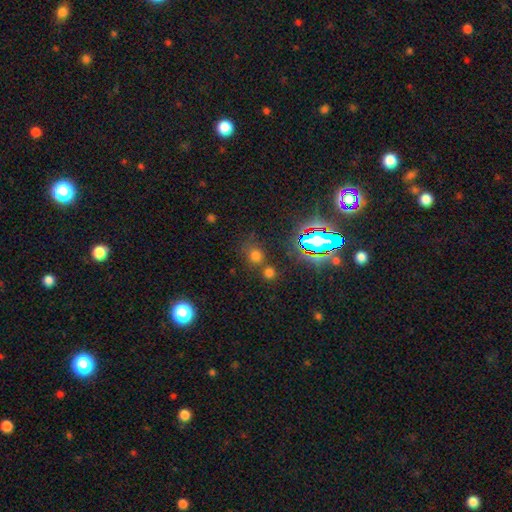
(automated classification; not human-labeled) This is likely a smooth galaxy (62%). How rounded: likely round (78%). Merging: likely none (67%).